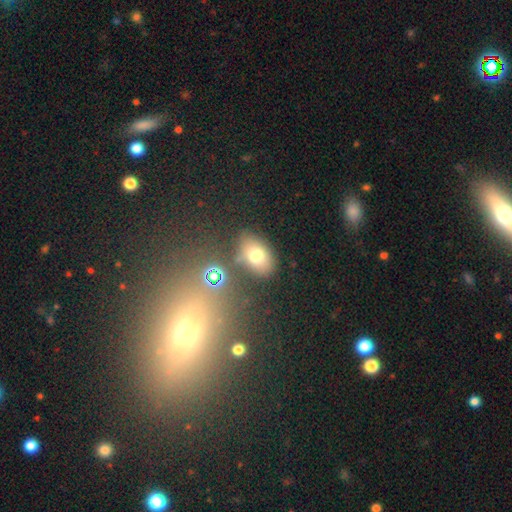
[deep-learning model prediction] Smooth or featured?
  - smooth: 70% *
  - star or artifact: 16%
  - featured or disk: 14%
How rounded?
  - in between: 77% *
  - round: 21%
  - cigar-shaped: 2%
Merging?
  - none: 67% *
  - minor disturbance: 17%
  - merger: 9%
  - major disturbance: 7%